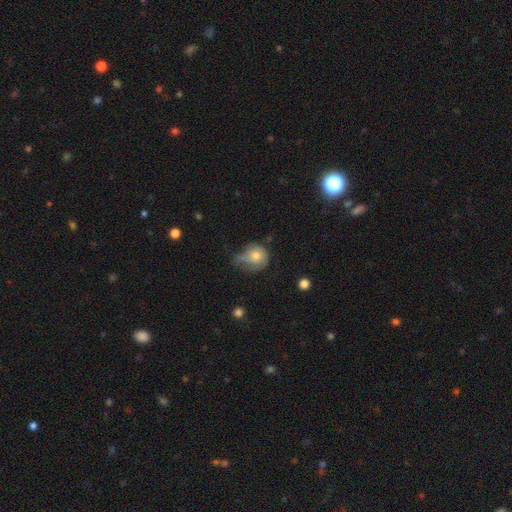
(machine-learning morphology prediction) A smooth galaxy with no disk features (64%) that is round (74%). Merging: minor disturbance (35%).